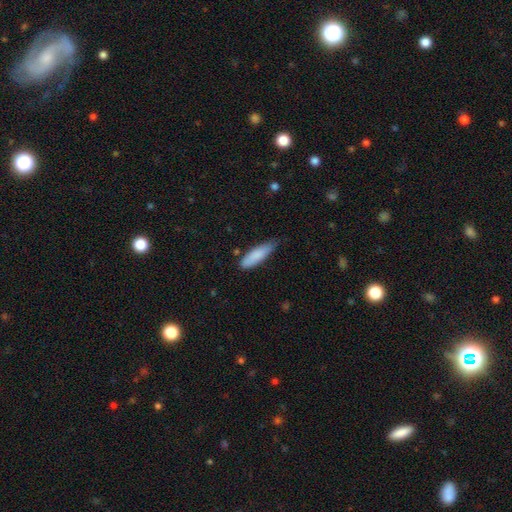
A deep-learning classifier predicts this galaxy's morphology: This is clearly a smooth galaxy (85%). How rounded: possibly cigar-shaped (50%). Merging: likely none (63%).